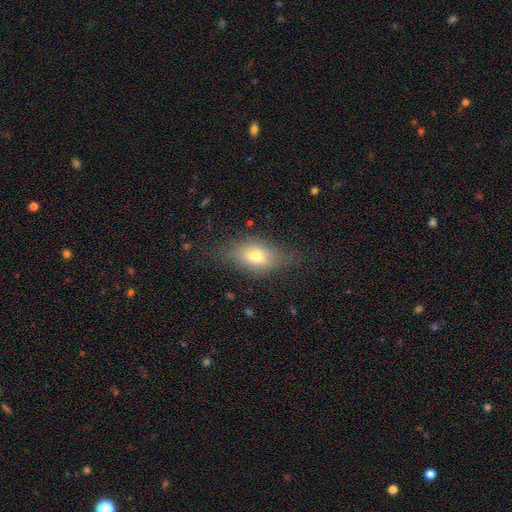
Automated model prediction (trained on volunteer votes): The model was most divided on "smooth or featured": smooth: 67%, featured or disk: 23%, star or artifact: 10%. More confident: how rounded — in between (77%); merging — none (73%).